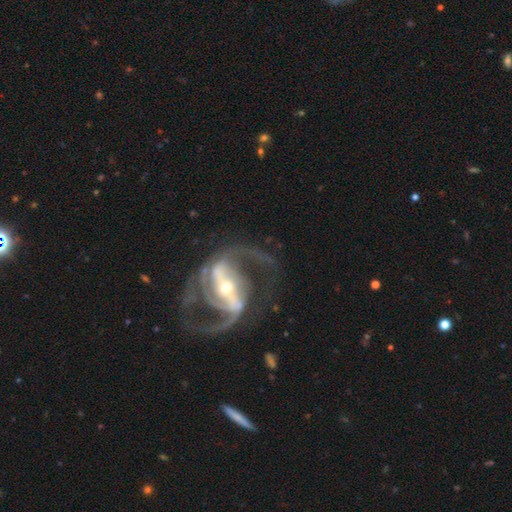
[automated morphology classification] smooth-or-featured: featured or disk: 91% | star or artifact: 5% | smooth: 4%
  disk-edge-on: no: 96% | yes: 4%
    bar: strong: 69% | weak: 22% | no: 10%
    has-spiral-arms: yes: 96% | no: 4%
      spiral-winding: medium: 52% | loose: 33% | tight: 15%
      spiral-arm-count: 2: 90% | 3: 3% | can't tell: 3% | 1: 2% | 4: 1% | more than 4: 1%
    bulge-size: small: 51% | moderate: 43% | large: 4% | dominant: 1% | none: 1%
  merging: none: 66% | major disturbance: 18% | minor disturbance: 14% | merger: 3%